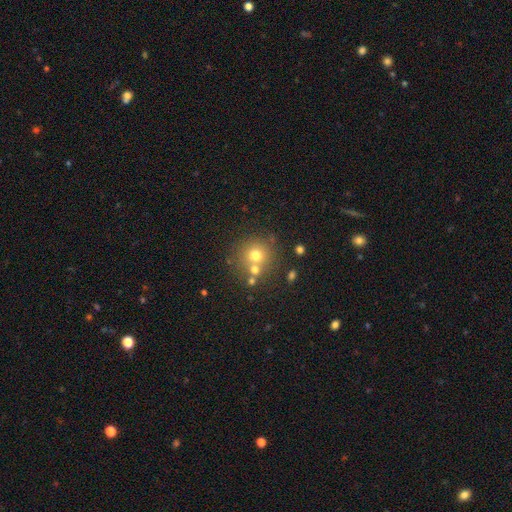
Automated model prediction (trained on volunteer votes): smooth-or-featured: smooth: 69% | star or artifact: 16% | featured or disk: 15%
  how-rounded: round: 90% | in between: 9% | cigar-shaped: 1%
  merging: none: 63% | merger: 24% | minor disturbance: 9% | major disturbance: 4%